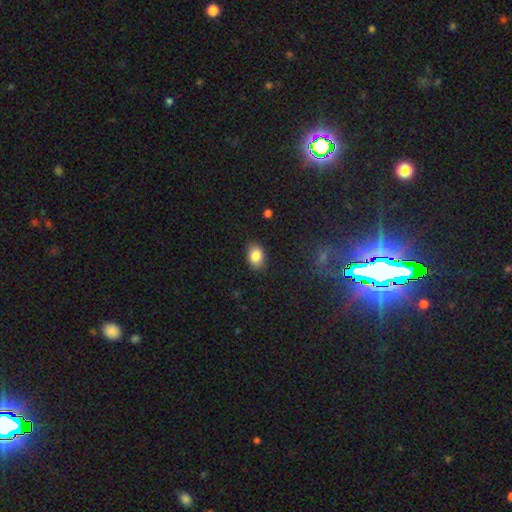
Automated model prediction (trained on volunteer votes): This appears to be a smooth galaxy with no disk features (84%) that is in between round and cigar-shaped (78%). Merging: none (85%).